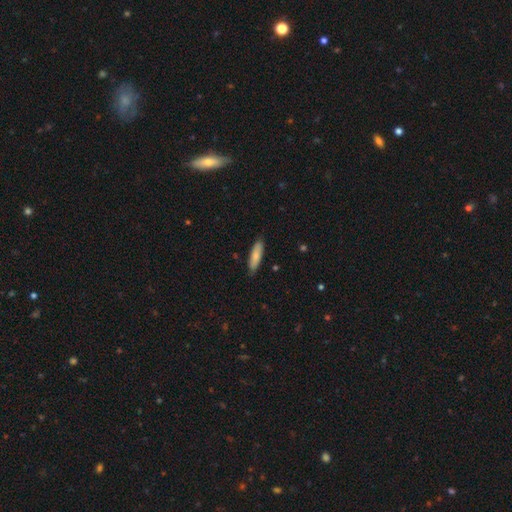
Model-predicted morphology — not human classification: Smooth or featured?
  - smooth: 79% *
  - featured or disk: 15%
  - star or artifact: 6%
How rounded?
  - cigar-shaped: 60% *
  - in between: 38%
  - round: 2%
Merging?
  - none: 85% *
  - minor disturbance: 12%
  - major disturbance: 2%
  - merger: 1%